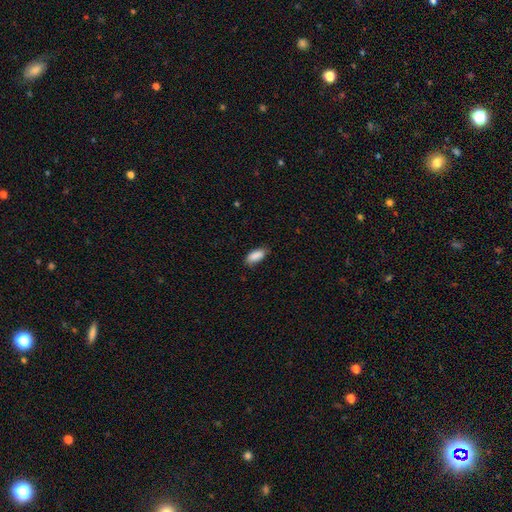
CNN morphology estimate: This is clearly a smooth galaxy (88%). How rounded: clearly in between (85%). Merging: likely none (74%).